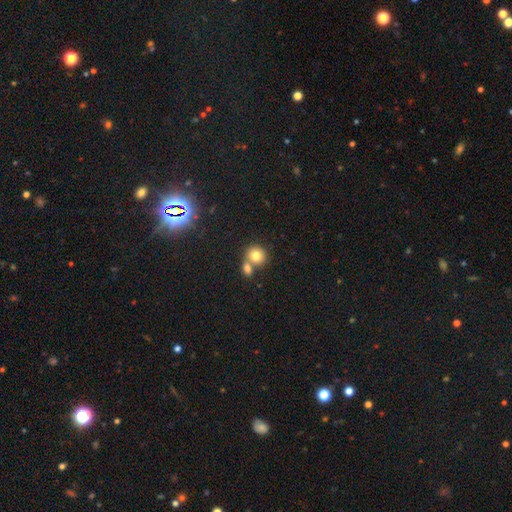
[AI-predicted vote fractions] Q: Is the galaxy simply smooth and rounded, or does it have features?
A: smooth — 77%.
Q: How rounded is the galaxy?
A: round — 82%.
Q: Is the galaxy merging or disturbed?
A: none — 45%, tied with merger.